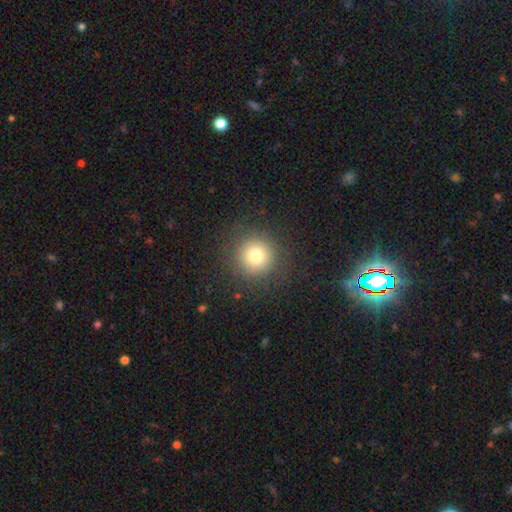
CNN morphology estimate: Smooth or featured?
  - smooth: 77% *
  - star or artifact: 14%
  - featured or disk: 9%
How rounded?
  - round: 94% *
  - in between: 5%
  - cigar-shaped: 1%
Merging?
  - none: 87% *
  - minor disturbance: 8%
  - major disturbance: 4%
  - merger: 1%